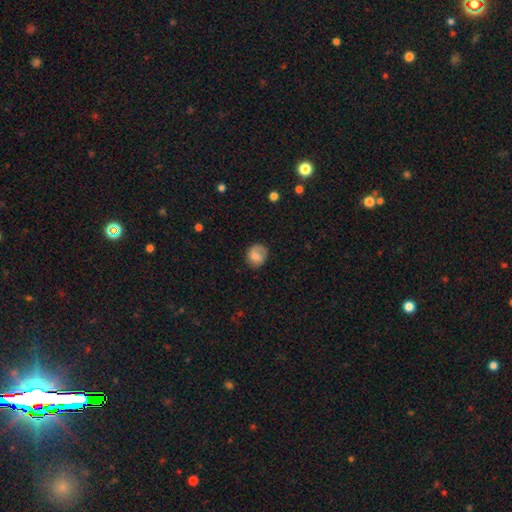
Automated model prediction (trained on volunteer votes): This is likely a smooth galaxy (72%). How rounded: likely round (73%). Merging: likely none (70%).